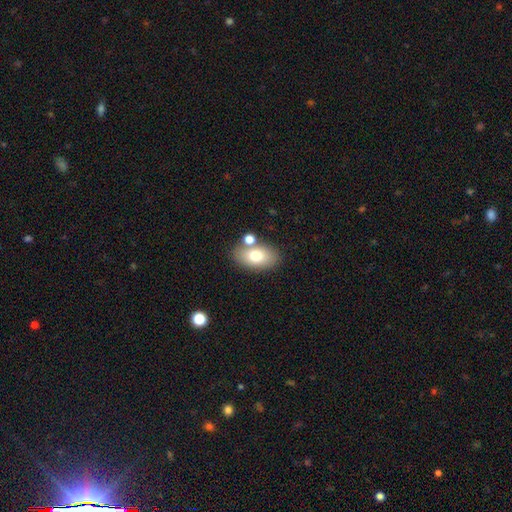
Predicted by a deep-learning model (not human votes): smooth-or-featured: smooth: 75% | featured or disk: 16% | star or artifact: 8%
  how-rounded: in between: 90% | round: 8% | cigar-shaped: 2%
  merging: none: 70% | merger: 14% | minor disturbance: 12% | major disturbance: 3%